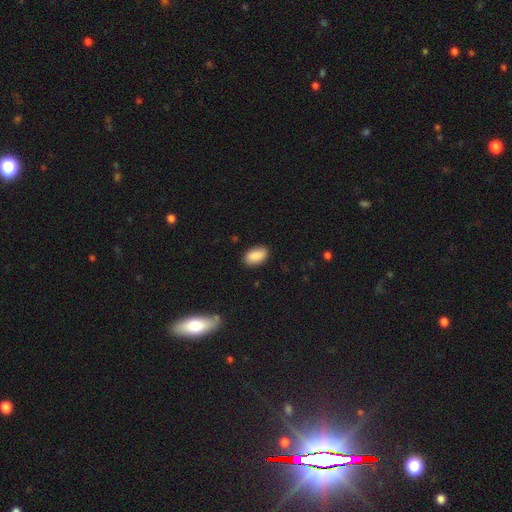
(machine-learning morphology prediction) smooth_or_featured: smooth (p=0.89) [alt: star or artifact p=0.07]
how_rounded: in between (p=0.93) [alt: round p=0.05]
merging: none (p=0.86) [alt: minor disturbance p=0.11]